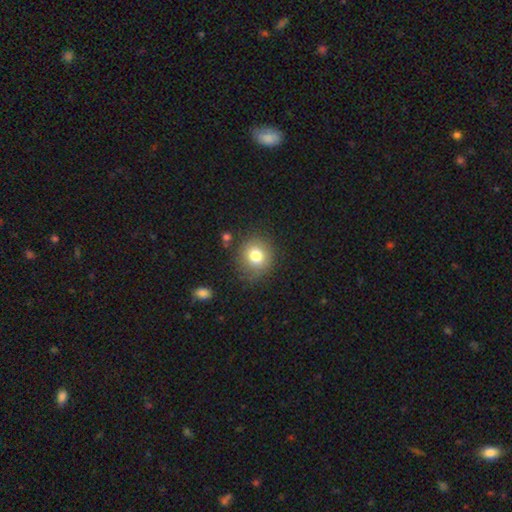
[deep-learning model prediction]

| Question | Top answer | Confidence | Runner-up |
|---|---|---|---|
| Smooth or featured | smooth | 79% | star or artifact (11%) |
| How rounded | round | 84% | in between (15%) |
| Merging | none | 82% | minor disturbance (12%) |